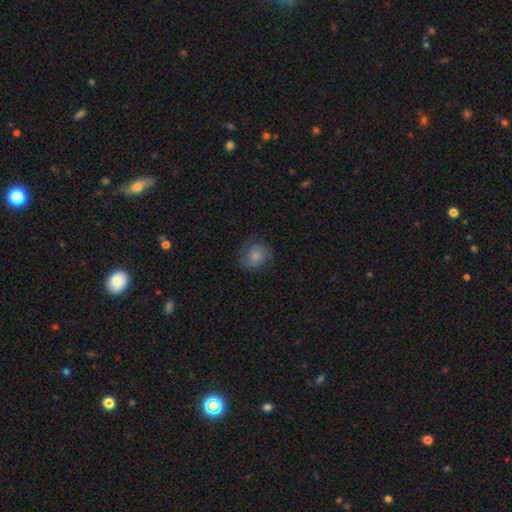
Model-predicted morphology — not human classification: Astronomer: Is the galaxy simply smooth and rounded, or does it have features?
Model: smooth — 61%.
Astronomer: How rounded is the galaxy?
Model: round — 70%.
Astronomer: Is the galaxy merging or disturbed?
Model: none — 72%.